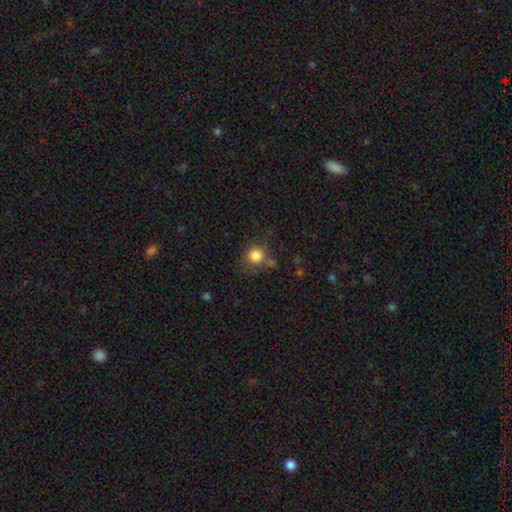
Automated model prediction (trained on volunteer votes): Smooth or featured: smooth — 83% (star or artifact — 10%)
How rounded: round — 84% (in between — 15%)
Merging: none — 62% (minor disturbance — 19%)